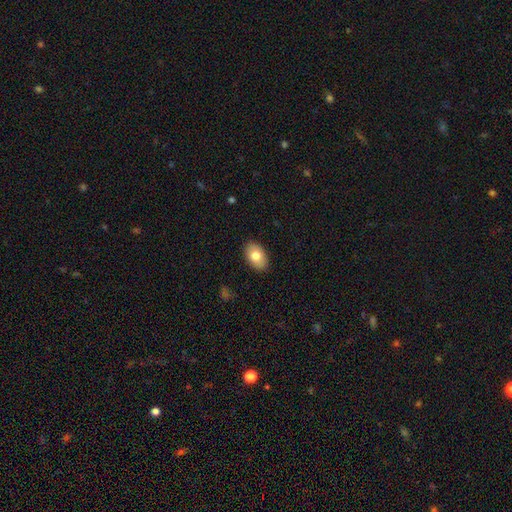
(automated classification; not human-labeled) Smooth or featured: smooth — 77% (featured or disk — 16%)
How rounded: in between — 89% (round — 9%)
Merging: none — 88% (minor disturbance — 9%)